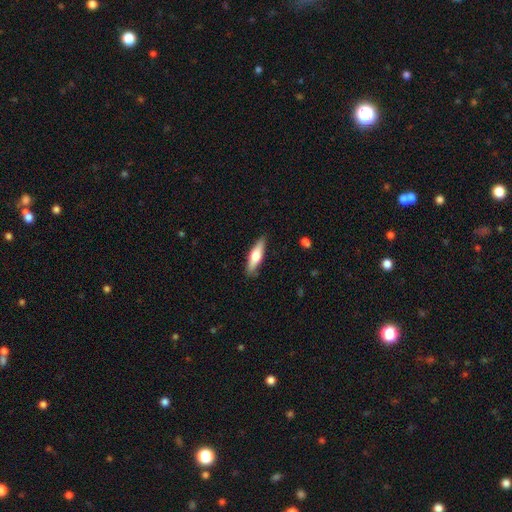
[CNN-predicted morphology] The model was most divided on "smooth or featured": smooth: 57%, featured or disk: 37%, star or artifact: 6%. More confident: merging — none (87%); how rounded — cigar-shaped (63%).